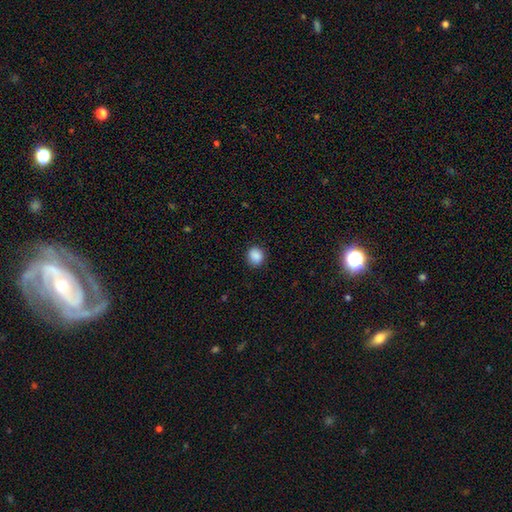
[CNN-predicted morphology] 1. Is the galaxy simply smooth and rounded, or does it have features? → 89% smooth, 9% star or artifact, 3% featured or disk.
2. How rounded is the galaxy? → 78% round, 21% in between, 1% cigar-shaped.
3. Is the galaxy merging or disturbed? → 88% none, 8% minor disturbance, 2% major disturbance, 1% merger.